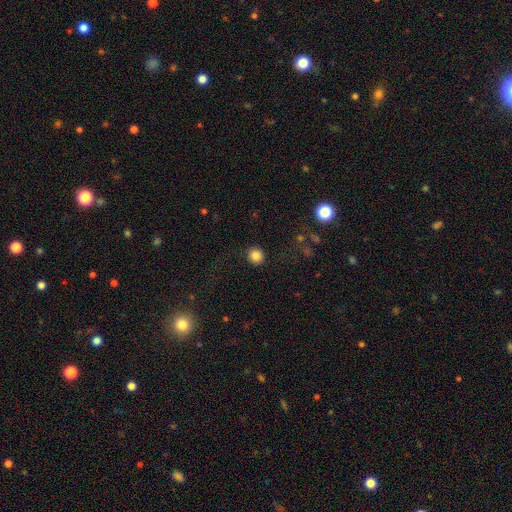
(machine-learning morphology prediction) Overall: smooth (84%). How rounded: round (93%). Merging: none (91%).